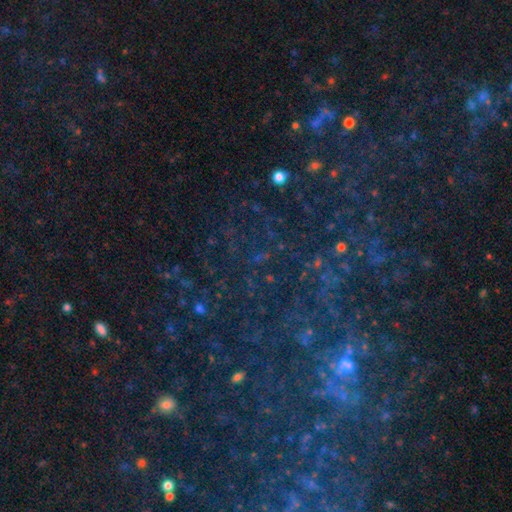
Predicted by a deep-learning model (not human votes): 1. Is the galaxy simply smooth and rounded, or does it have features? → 76% star or artifact, 12% smooth, 12% featured or disk.